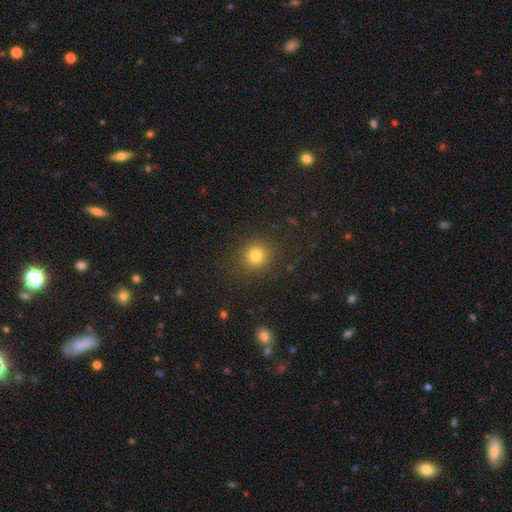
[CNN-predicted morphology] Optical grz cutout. It shows a smooth galaxy with no disk features (78%) that is round (83%). Merging: none (85%).